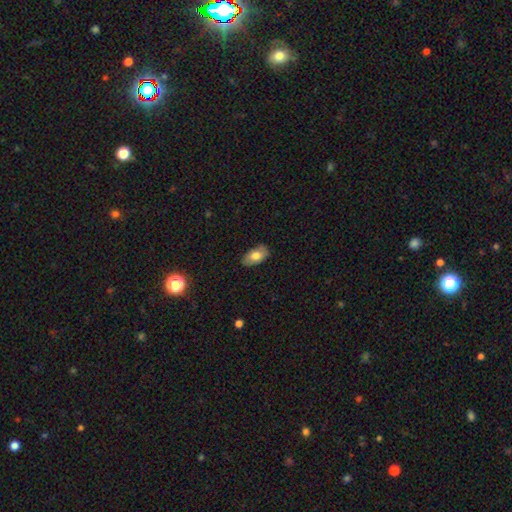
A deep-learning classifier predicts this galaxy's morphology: Smooth or featured: smooth — 75% (featured or disk — 18%)
How rounded: in between — 93% (round — 4%)
Merging: none — 83% (minor disturbance — 14%)